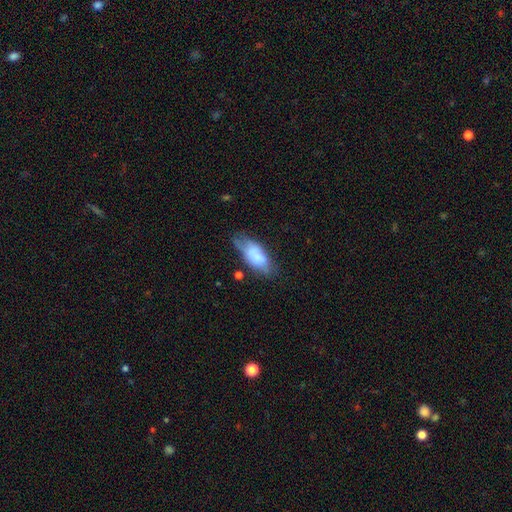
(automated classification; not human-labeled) Smooth or featured?
  - smooth: 71% *
  - featured or disk: 22%
  - star or artifact: 7%
How rounded?
  - in between: 84% *
  - cigar-shaped: 14%
  - round: 2%
Merging?
  - none: 44% *
  - minor disturbance: 36%
  - major disturbance: 15%
  - merger: 5%